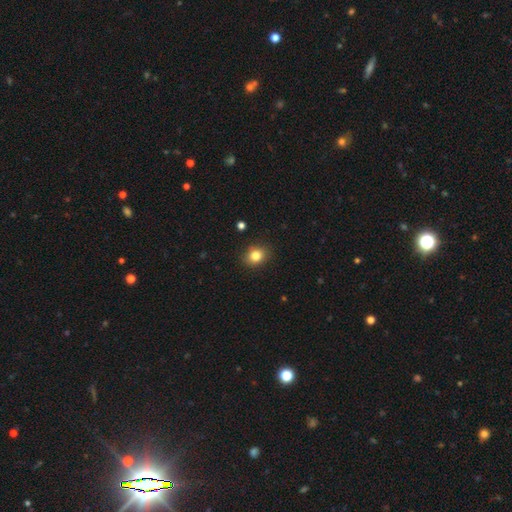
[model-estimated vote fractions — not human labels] Smooth or featured?
  - smooth: 83% *
  - star or artifact: 11%
  - featured or disk: 6%
How rounded?
  - round: 59% *
  - in between: 40%
  - cigar-shaped: 1%
Merging?
  - none: 88% *
  - minor disturbance: 9%
  - major disturbance: 2%
  - merger: 1%